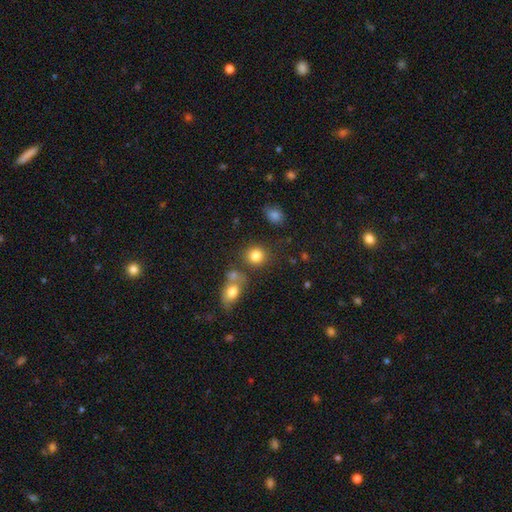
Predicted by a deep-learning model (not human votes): The model was most divided on "merging": none: 73%, merger: 12%, minor disturbance: 10%, major disturbance: 5%. More confident: smooth or featured — smooth (82%); how rounded — round (81%).